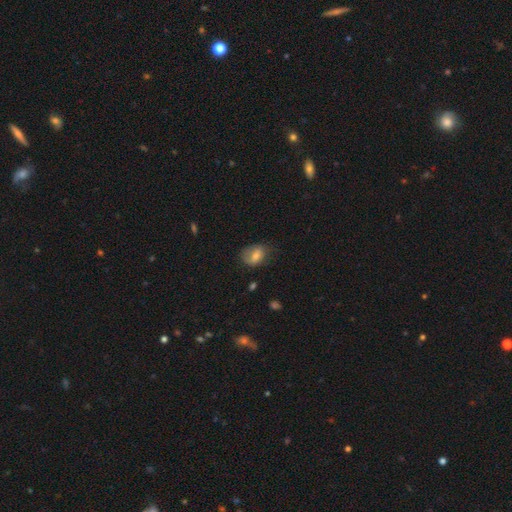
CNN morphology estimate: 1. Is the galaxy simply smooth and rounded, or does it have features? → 64% smooth, 26% featured or disk, 9% star or artifact.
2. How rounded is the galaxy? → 72% in between, 27% round, 1% cigar-shaped.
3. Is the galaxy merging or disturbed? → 50% none, 31% minor disturbance, 17% major disturbance, 2% merger.